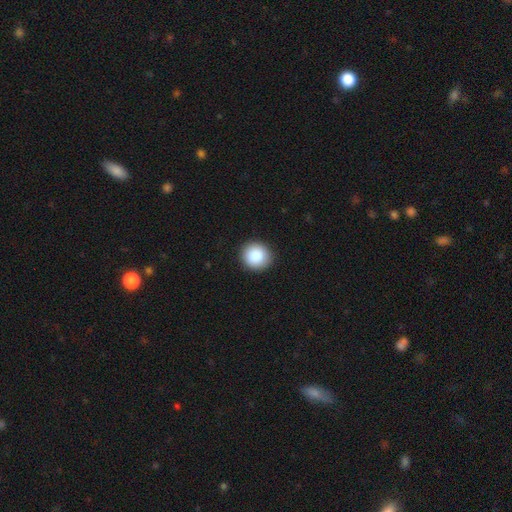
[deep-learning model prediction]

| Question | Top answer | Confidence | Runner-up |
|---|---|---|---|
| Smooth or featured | smooth | 88% | star or artifact (8%) |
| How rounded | round | 92% | in between (7%) |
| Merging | none | 91% | minor disturbance (6%) |